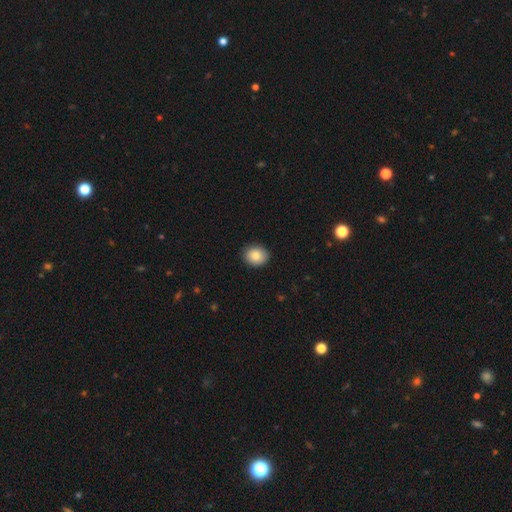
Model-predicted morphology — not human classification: Smooth or featured: smooth — 83% (star or artifact — 8%)
How rounded: round — 69% (in between — 30%)
Merging: none — 89% (minor disturbance — 8%)